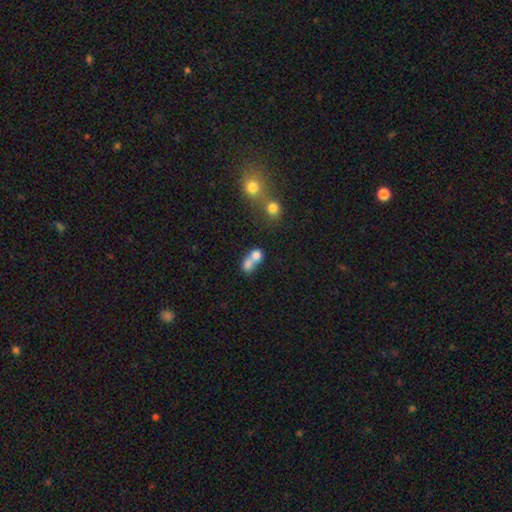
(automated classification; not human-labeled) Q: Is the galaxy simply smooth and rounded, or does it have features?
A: smooth — 73%.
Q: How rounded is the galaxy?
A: round — 59%.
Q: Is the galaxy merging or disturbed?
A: merger — 69%.